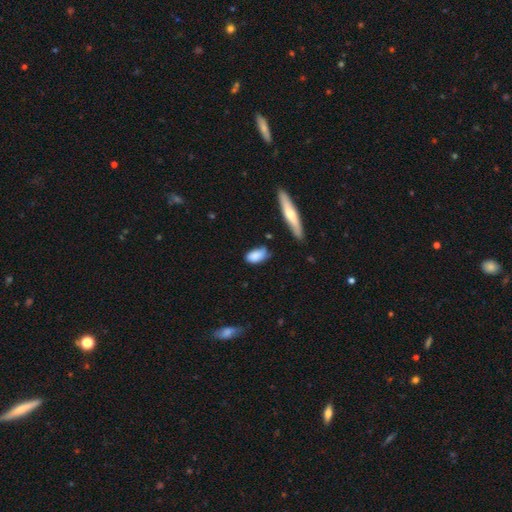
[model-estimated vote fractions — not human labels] A smooth galaxy with no disk features (82%) that is in between round and cigar-shaped (88%). Merging: none (60%).